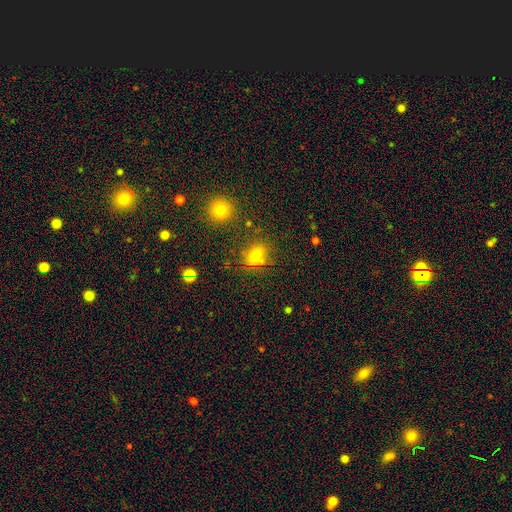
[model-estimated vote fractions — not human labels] Overall: smooth (72%). How rounded: in between (53%; round 46%). Merging: none (73%).